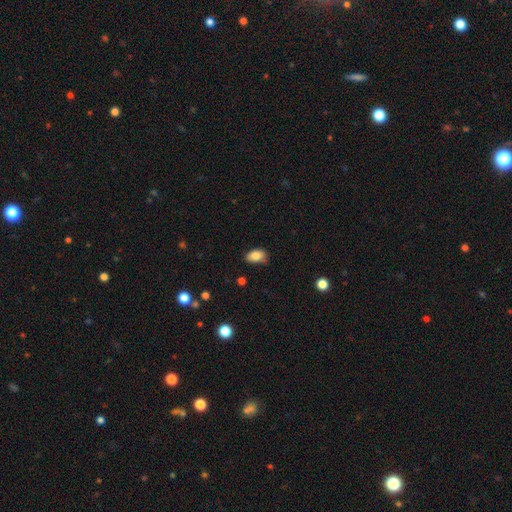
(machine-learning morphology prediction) smooth 84%, star or artifact 8%, featured or disk 7%. Down the decision tree: how rounded — in between (89%); merging — none (70%).